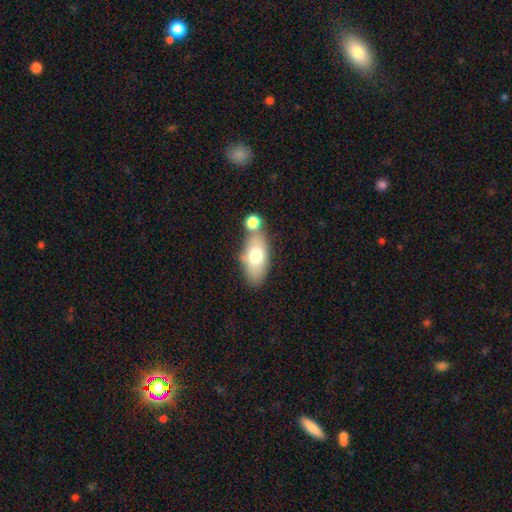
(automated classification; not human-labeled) smooth-or-featured: smooth: 70% | featured or disk: 23% | star or artifact: 7%
  how-rounded: in between: 88% | cigar-shaped: 7% | round: 5%
  merging: none: 58% | merger: 21% | minor disturbance: 15% | major disturbance: 5%